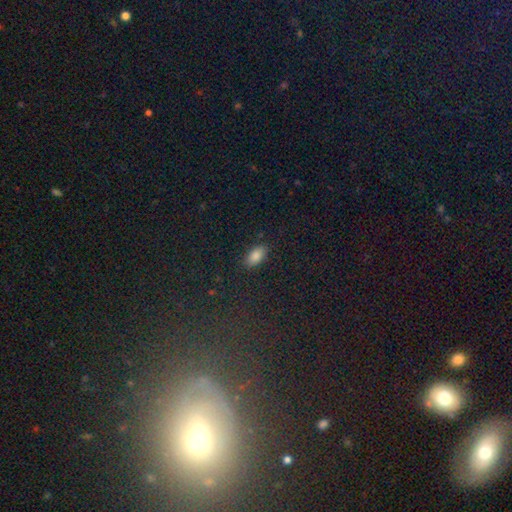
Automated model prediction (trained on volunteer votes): Smooth or featured: smooth — 84% (star or artifact — 10%)
How rounded: in between — 91% (cigar-shaped — 5%)
Merging: none — 86% (minor disturbance — 10%)